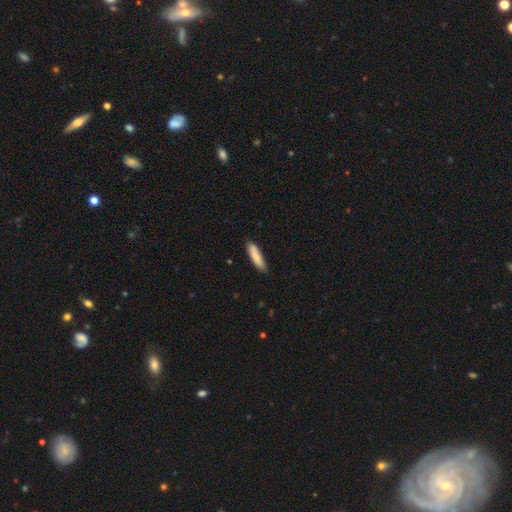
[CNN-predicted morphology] A smooth galaxy with no disk features (87%) that is cigar-shaped (77%). Merging: none (85%).